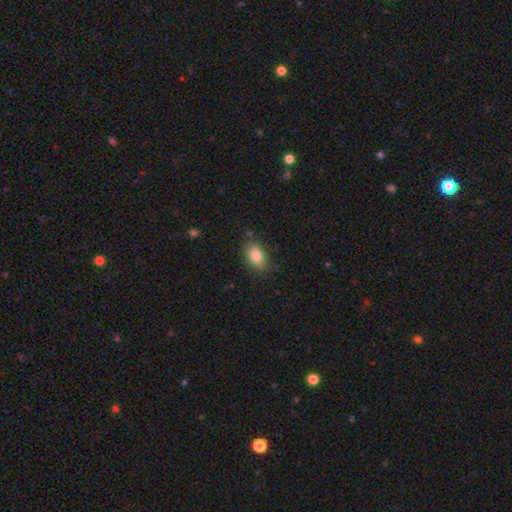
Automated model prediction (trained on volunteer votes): Smooth or featured? Predicted: smooth (p=0.82). How rounded? Predicted: in between (p=0.89). Merging? Predicted: none (p=0.82).